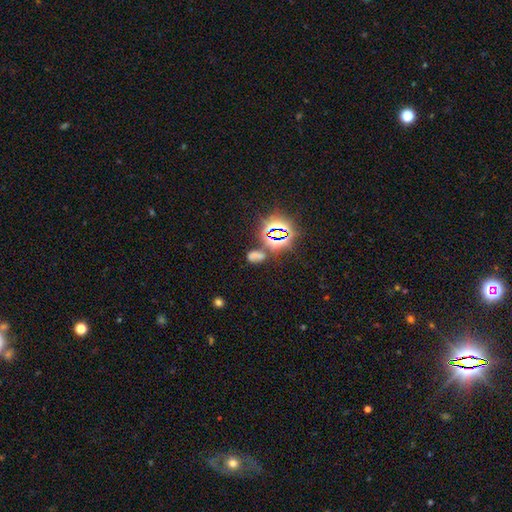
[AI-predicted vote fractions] Overall: star or artifact (50%; smooth 38%).